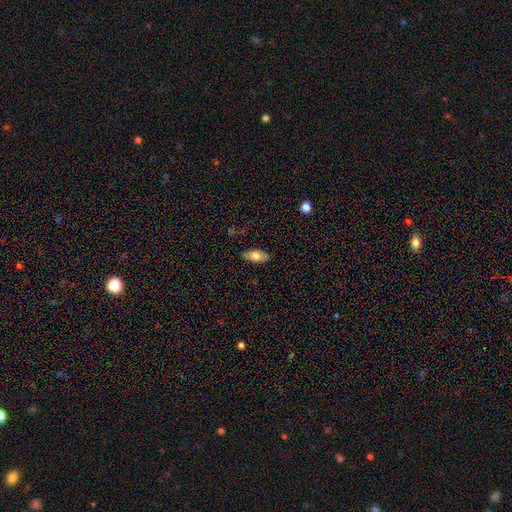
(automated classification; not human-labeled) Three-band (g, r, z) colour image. It shows a smooth galaxy with no disk features (71%) that is in between round and cigar-shaped (89%). Merging: none (85%).